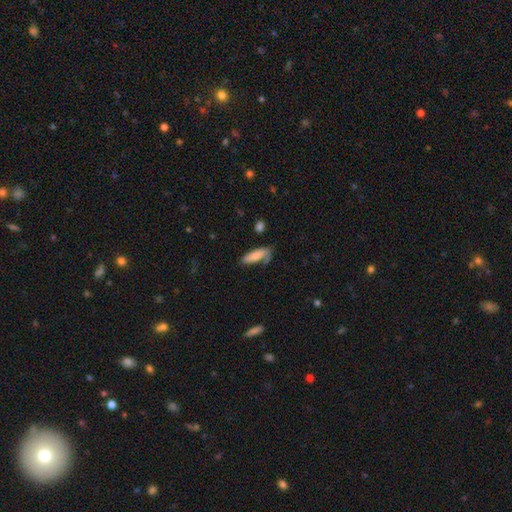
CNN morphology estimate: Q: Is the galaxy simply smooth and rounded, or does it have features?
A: smooth — 76%.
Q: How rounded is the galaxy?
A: in between — 58%.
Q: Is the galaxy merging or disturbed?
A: none — 56%.